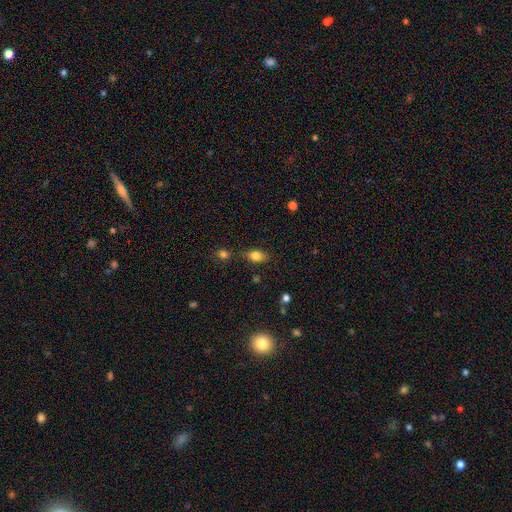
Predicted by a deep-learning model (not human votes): This is clearly a smooth galaxy (80%). How rounded: clearly in between (82%). Merging: likely none (75%).